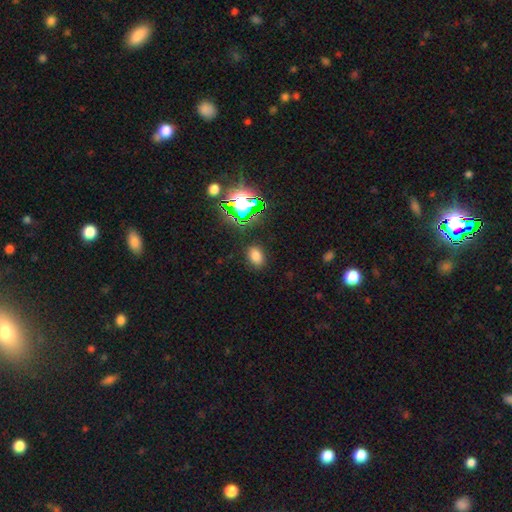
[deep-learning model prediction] Smooth or featured: smooth — 72% (star or artifact — 22%)
How rounded: in between — 78% (round — 21%)
Merging: none — 85% (minor disturbance — 10%)